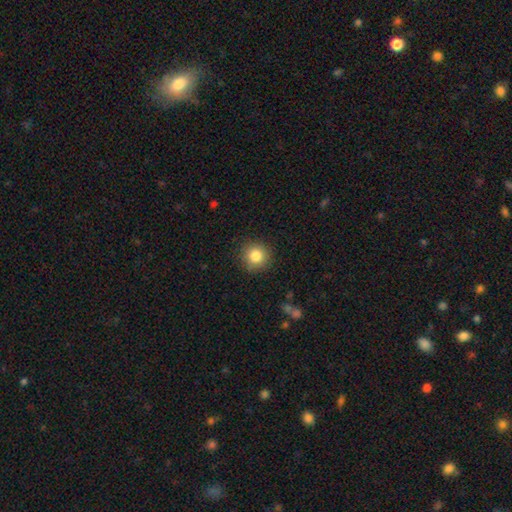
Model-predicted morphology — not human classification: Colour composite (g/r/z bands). It shows a smooth galaxy with no disk features (84%) that is round (94%). Merging: none (89%).